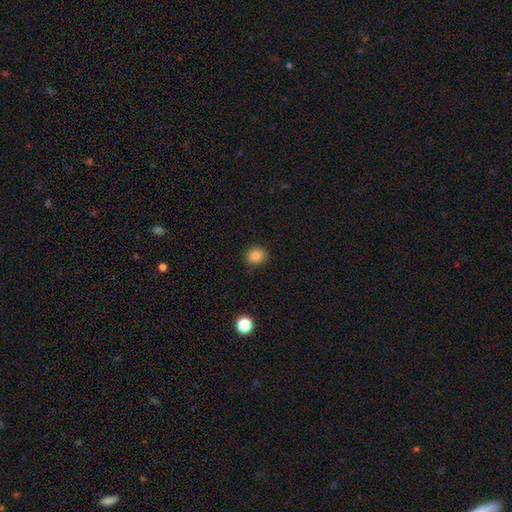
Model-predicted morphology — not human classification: smooth-or-featured: smooth: 84% | star or artifact: 11% | featured or disk: 5%
  how-rounded: round: 81% | in between: 18% | cigar-shaped: 1%
  merging: none: 91% | minor disturbance: 6% | major disturbance: 2% | merger: 1%